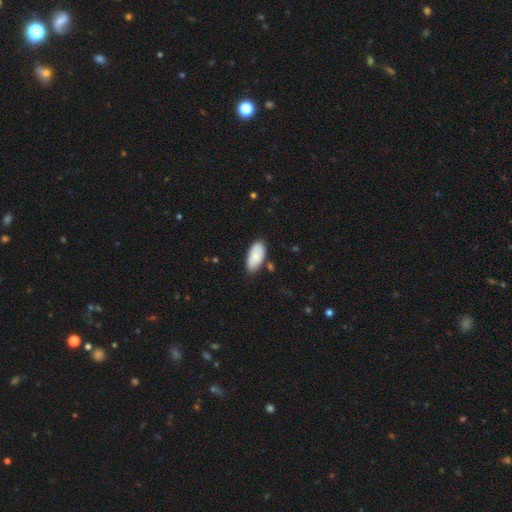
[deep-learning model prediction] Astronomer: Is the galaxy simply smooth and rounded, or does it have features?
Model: smooth — 83%.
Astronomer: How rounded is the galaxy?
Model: in between — 93%.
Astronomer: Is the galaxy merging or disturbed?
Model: none — 76%.